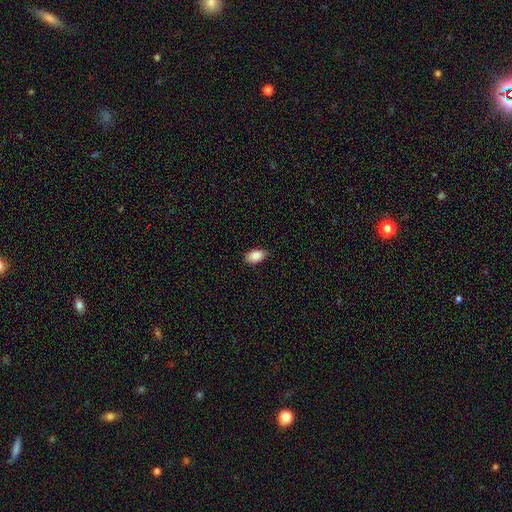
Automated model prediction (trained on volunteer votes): The model was most divided on "merging": none: 85%, minor disturbance: 12%, major disturbance: 2%, merger: 1%. More confident: how rounded — in between (93%); smooth or featured — smooth (89%).